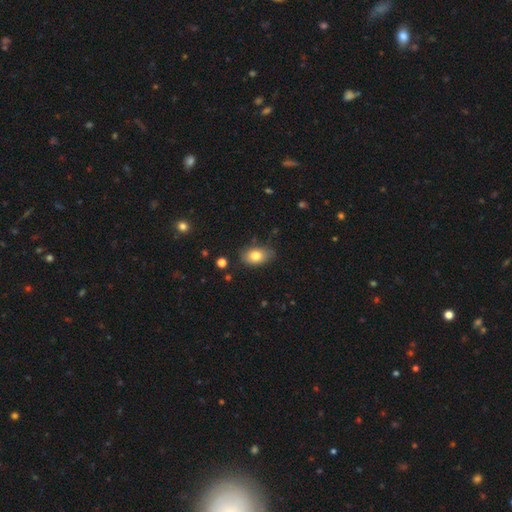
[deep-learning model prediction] Smooth or featured?
  - smooth: 80% *
  - featured or disk: 12%
  - star or artifact: 9%
How rounded?
  - in between: 84% *
  - round: 15%
  - cigar-shaped: 1%
Merging?
  - none: 80% *
  - minor disturbance: 16%
  - major disturbance: 3%
  - merger: 2%